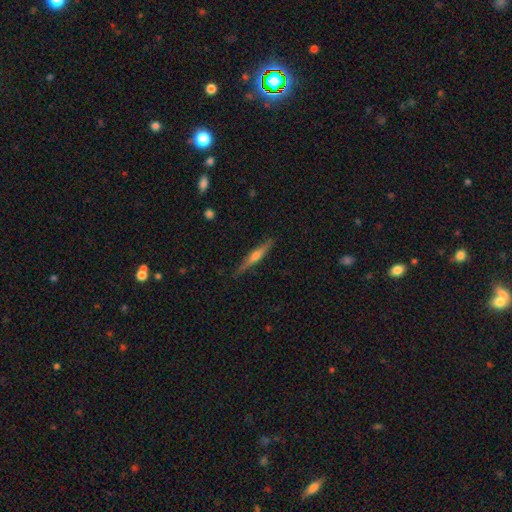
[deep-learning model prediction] Overall: featured or disk (67%). Edge-on disk: yes (97%). Edge-on bulge: rounded (85%). Merging: none (87%).